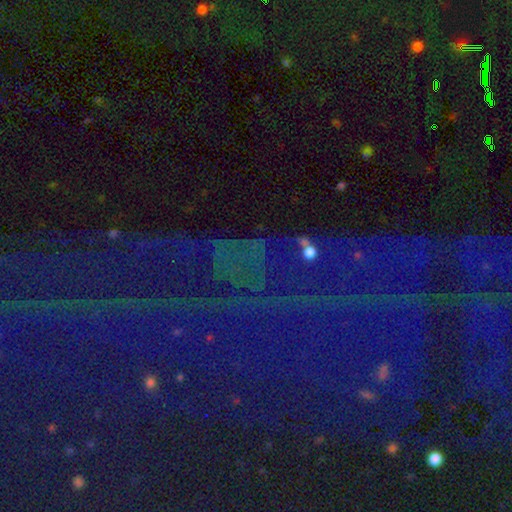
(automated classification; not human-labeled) A star or artifact, not a galaxy (80%).

Vote fractions:
- Smooth or featured? star or artifact: 80% / smooth: 10% / featured or disk: 9%